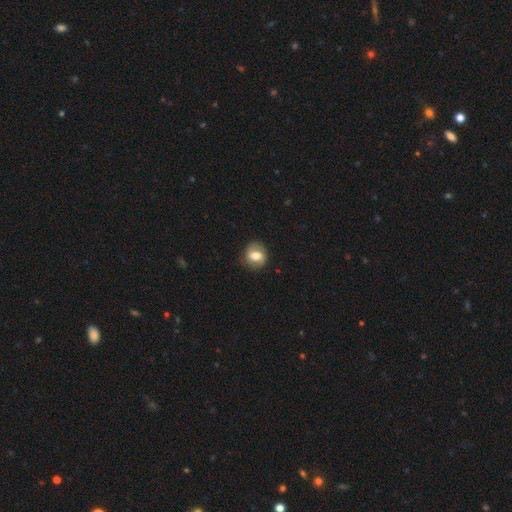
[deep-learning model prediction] Morphology: type=smooth (61%); roundness=round (69%); merging=none (82%).